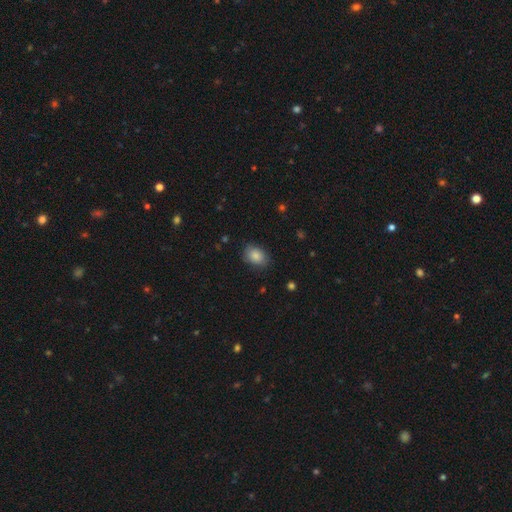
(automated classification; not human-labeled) The model was most divided on "how rounded": in between: 71%, round: 28%, cigar-shaped: 1%. More confident: smooth or featured — smooth (85%); merging — none (80%).